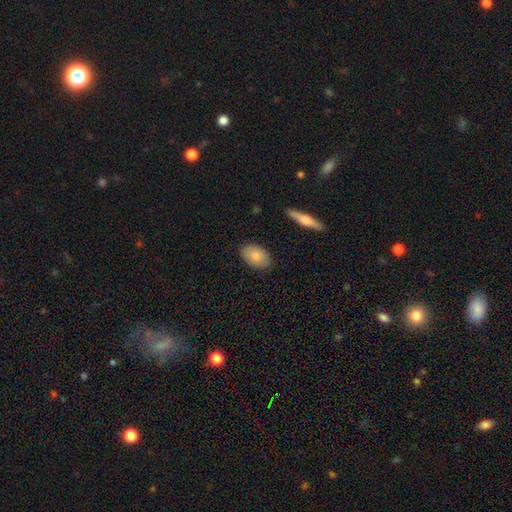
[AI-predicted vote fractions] smooth_or_featured: smooth (p=0.82) [alt: featured or disk p=0.12]
how_rounded: in between (p=0.91) [alt: round p=0.08]
merging: none (p=0.85) [alt: minor disturbance p=0.11]